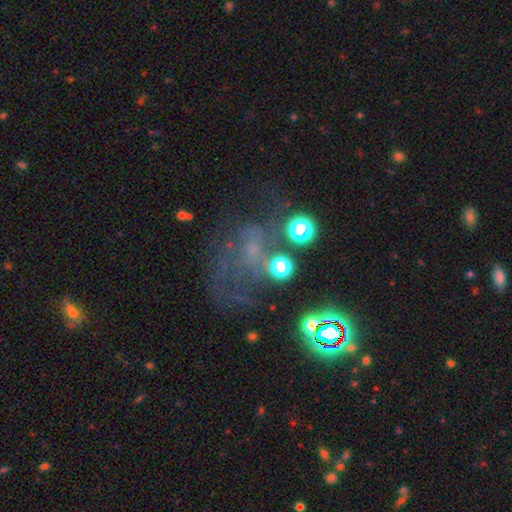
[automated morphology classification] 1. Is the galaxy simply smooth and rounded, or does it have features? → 41% featured or disk, 38% star or artifact, 21% smooth.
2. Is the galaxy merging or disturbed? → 40% none, 30% major disturbance, 18% minor disturbance, 11% merger.